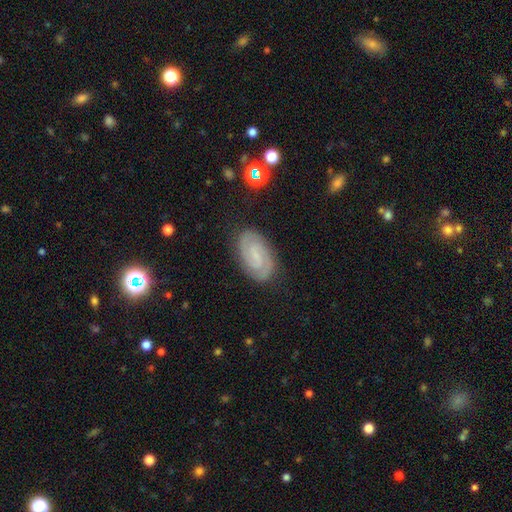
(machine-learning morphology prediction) type=featured or disk (78%); edge-on=no (97%); bar=weak (50%); spiral arms=yes (96%); winding=tight (50%); arm count=2 (86%); bulge=small (52%); merging=none (84%).